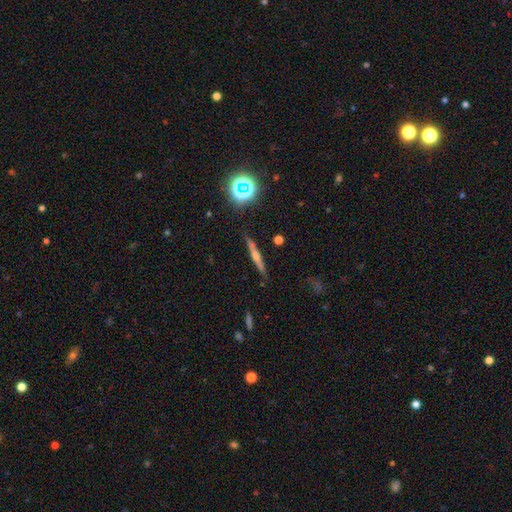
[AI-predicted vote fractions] Q: Smooth or featured?
A: featured or disk (50%); runner-up: smooth (37%)
Q: Merging?
A: none (85%); runner-up: minor disturbance (11%)